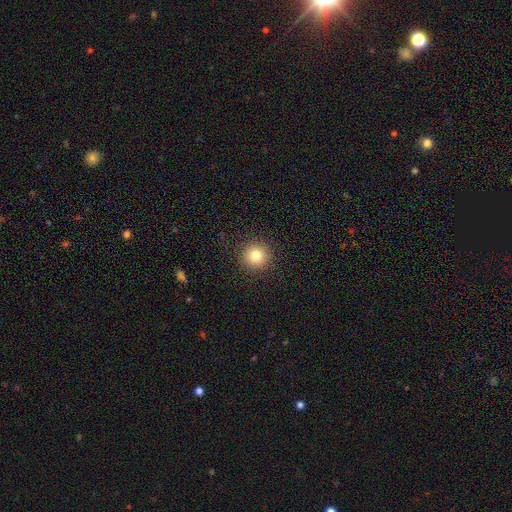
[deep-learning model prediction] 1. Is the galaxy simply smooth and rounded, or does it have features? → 80% smooth, 12% star or artifact, 8% featured or disk.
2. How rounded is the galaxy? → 94% round, 5% in between, 1% cigar-shaped.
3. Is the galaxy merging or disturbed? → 91% none, 5% minor disturbance, 2% major disturbance, 1% merger.